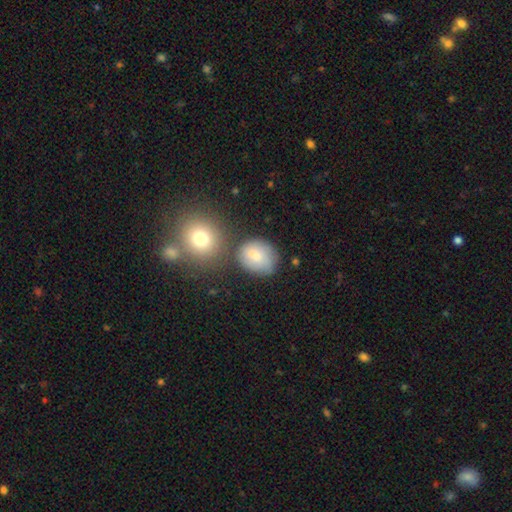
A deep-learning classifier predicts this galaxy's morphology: Smooth or featured? Predicted: smooth (p=0.74). How rounded? Predicted: round (p=0.59). Merging? Predicted: none (p=0.58).